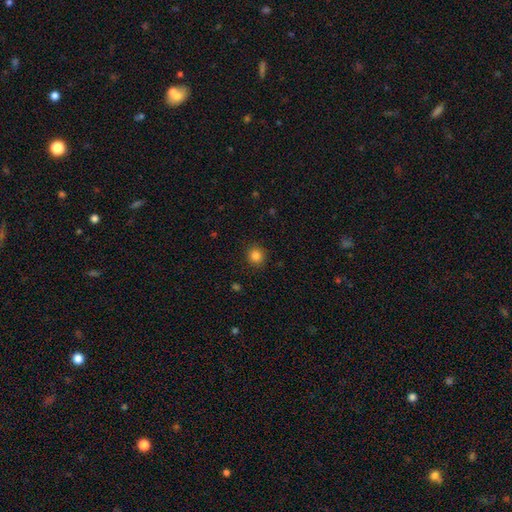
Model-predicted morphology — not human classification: smooth 84%, star or artifact 12%, featured or disk 4%. Down the decision tree: how rounded — round (91%); merging — none (90%).